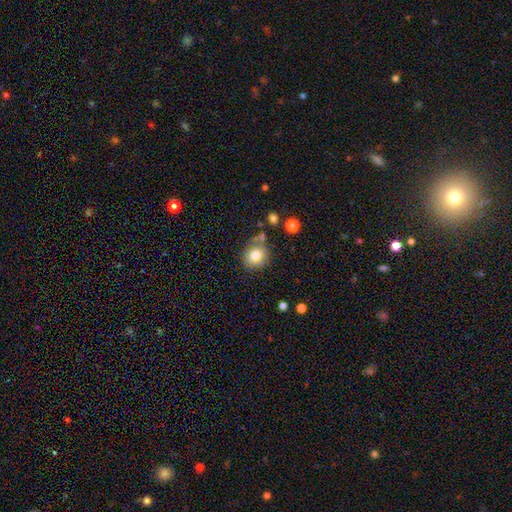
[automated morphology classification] This is likely a smooth galaxy (79%). How rounded: clearly round (82%). Merging: likely none (74%).